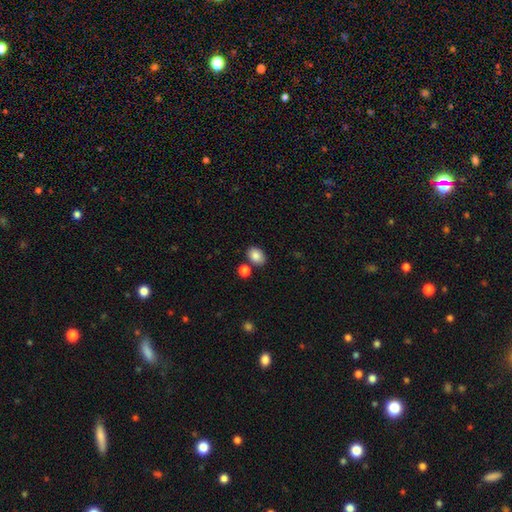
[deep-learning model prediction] Overall: smooth (87%). How rounded: in between (74%). Merging: none (78%).